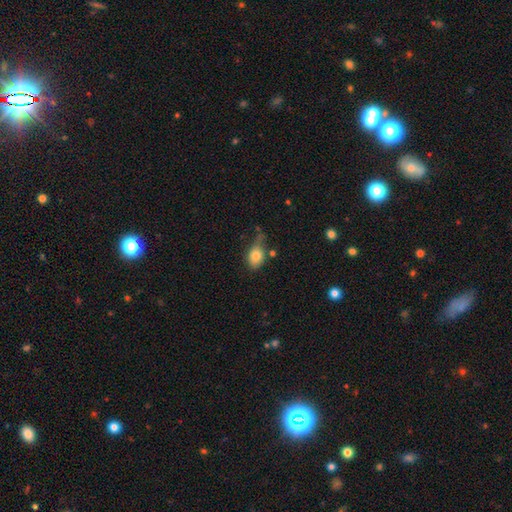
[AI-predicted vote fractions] Smooth or featured? smooth (81%)
How rounded? in between (75%)
Merging? none (44%)